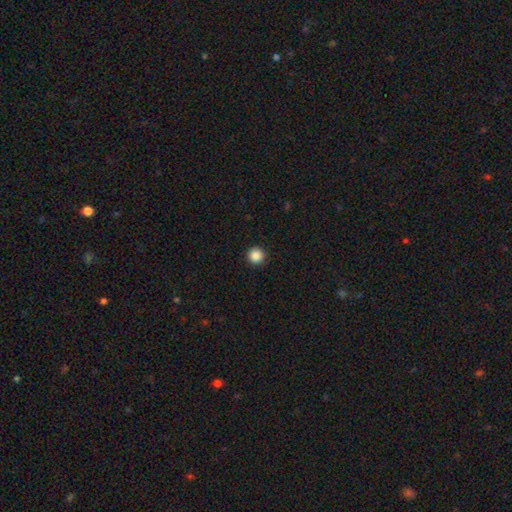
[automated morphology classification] The model was most divided on "smooth or featured": smooth: 88%, star or artifact: 10%, featured or disk: 2%. More confident: how rounded — round (96%); merging — none (93%).